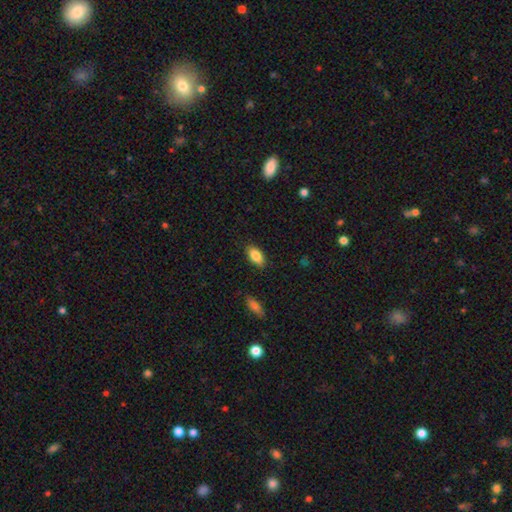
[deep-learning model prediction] Q: Smooth or featured?
A: smooth (85%); runner-up: featured or disk (8%)
Q: How rounded?
A: in between (91%); runner-up: cigar-shaped (5%)
Q: Merging?
A: none (86%); runner-up: minor disturbance (11%)